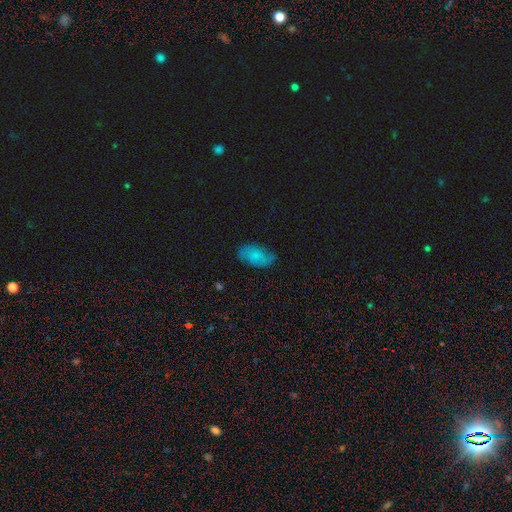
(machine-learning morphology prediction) Smooth or featured?
  - smooth: 68% *
  - featured or disk: 24%
  - star or artifact: 8%
How rounded?
  - in between: 93% *
  - round: 5%
  - cigar-shaped: 2%
Merging?
  - none: 73% *
  - minor disturbance: 21%
  - major disturbance: 5%
  - merger: 1%